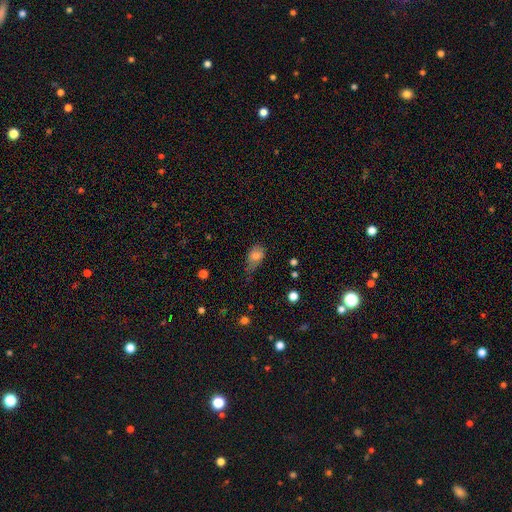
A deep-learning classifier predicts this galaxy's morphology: Q: Smooth or featured?
A: smooth (75%); runner-up: featured or disk (16%)
Q: How rounded?
A: in between (84%); runner-up: round (14%)
Q: Merging?
A: minor disturbance (44%); runner-up: none (31%)